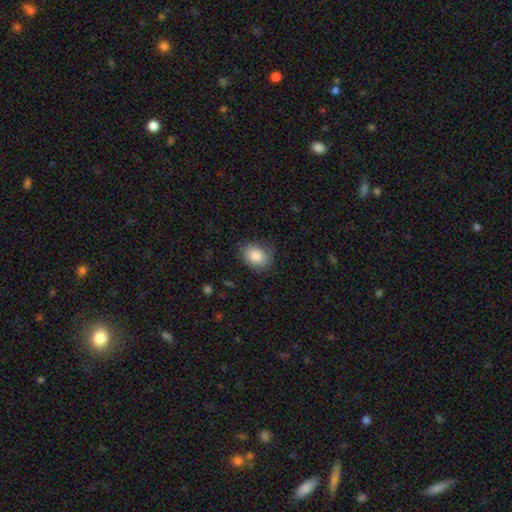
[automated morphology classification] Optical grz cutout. It shows a smooth galaxy with no disk features (85%) that is in between round and cigar-shaped (66%). Merging: none (75%).